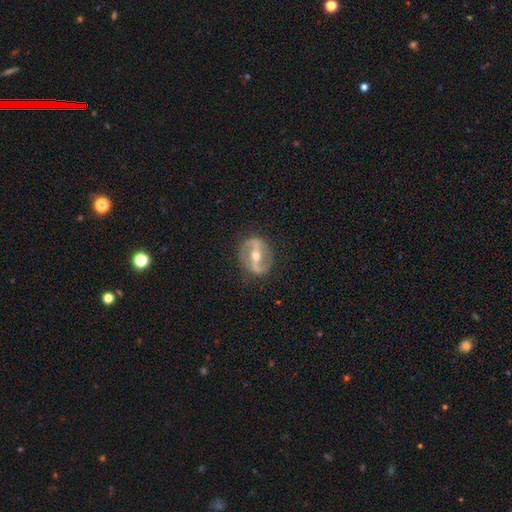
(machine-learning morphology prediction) smooth_or_featured: featured or disk (p=0.85) [alt: smooth p=0.10]
disk_edge_on: no (p=0.93) [alt: yes p=0.07]
bar: strong (p=0.70) [alt: weak p=0.20]
has_spiral_arms: yes (p=0.77) [alt: no p=0.23]
spiral_winding: medium (p=0.44) [alt: loose p=0.28]
spiral_arm_count: 2 (p=0.89) [alt: can't tell p=0.06]
bulge_size: moderate (p=0.61) [alt: small p=0.36]
merging: none (p=0.84) [alt: minor disturbance p=0.11]